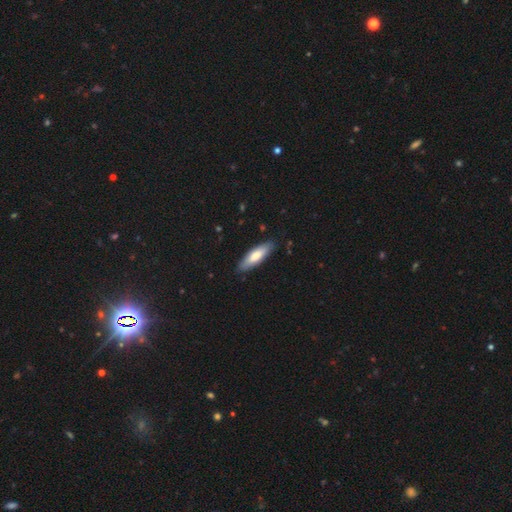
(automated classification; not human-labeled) Q: Smooth or featured?
A: smooth (71%); runner-up: featured or disk (24%)
Q: How rounded?
A: cigar-shaped (52%); runner-up: in between (46%)
Q: Merging?
A: none (86%); runner-up: minor disturbance (11%)